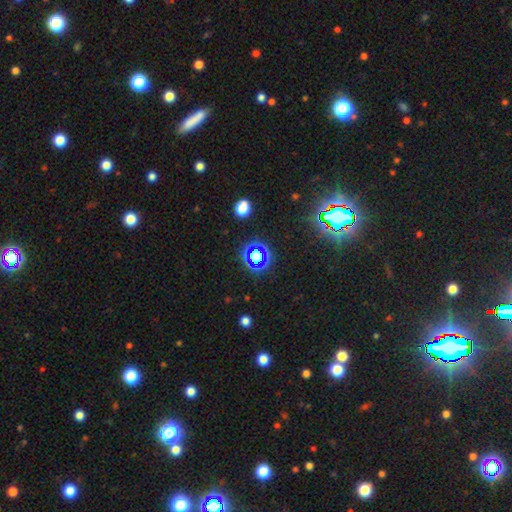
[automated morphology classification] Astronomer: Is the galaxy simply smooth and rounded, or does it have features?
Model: star or artifact — 66%.